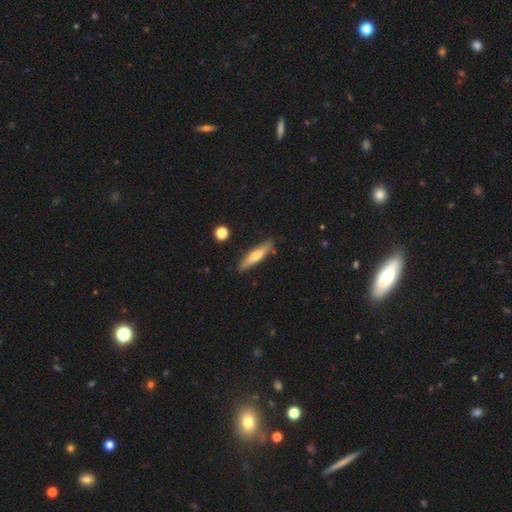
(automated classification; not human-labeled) The model was most divided on "smooth or featured": smooth: 50%, featured or disk: 44%, star or artifact: 6%. More confident: merging — none (85%); how rounded — cigar-shaped (81%).